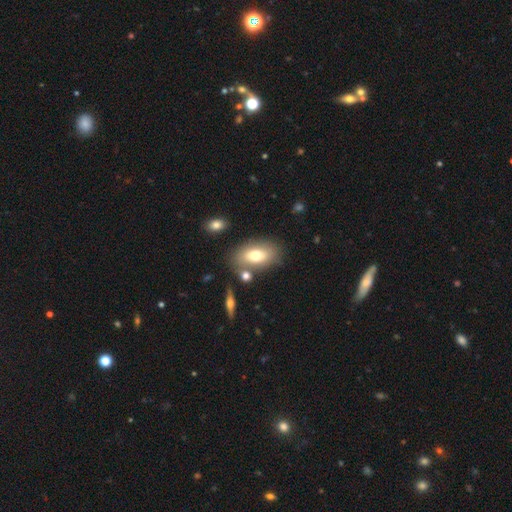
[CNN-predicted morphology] Overall: smooth (68%). How rounded: in between (88%). Merging: none (71%).